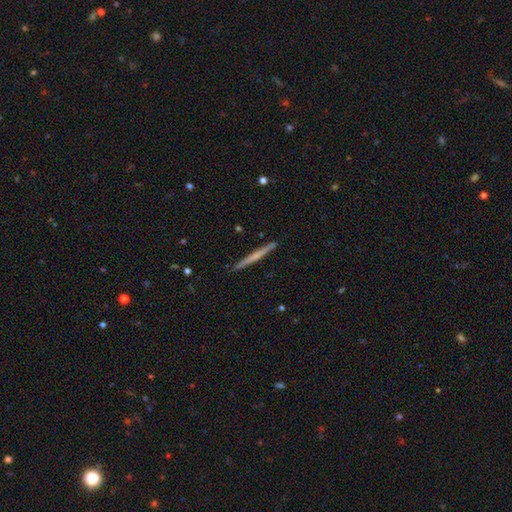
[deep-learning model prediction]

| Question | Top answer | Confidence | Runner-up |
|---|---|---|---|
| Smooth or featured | featured or disk | 53% | smooth (42%) |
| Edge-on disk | yes | 98% | no (2%) |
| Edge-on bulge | none | 75% | rounded (20%) |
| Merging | none | 92% | minor disturbance (6%) |